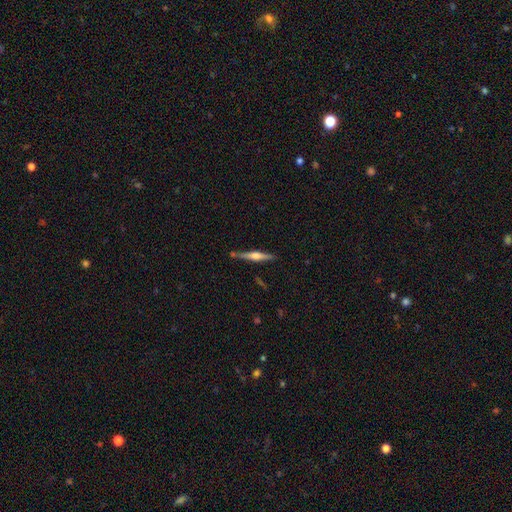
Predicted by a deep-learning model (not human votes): This appears to be a featured or disk galaxy (71%) viewed edge-on (98%) with a rounded central bulge (87%). Merging: none (82%).